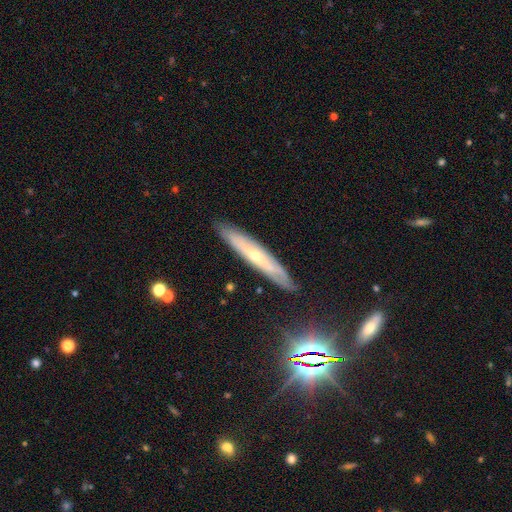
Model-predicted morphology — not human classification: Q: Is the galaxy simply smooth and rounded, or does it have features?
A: featured or disk — 62%.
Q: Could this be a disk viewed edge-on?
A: yes — 71%.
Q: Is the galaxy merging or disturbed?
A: none — 85%.